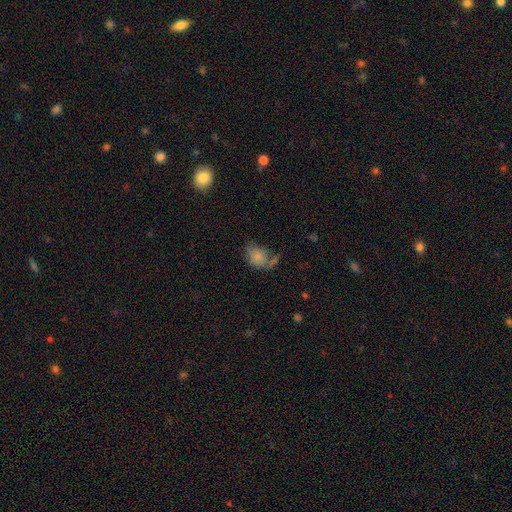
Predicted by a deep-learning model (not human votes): A smooth galaxy with no disk features (62%) that is in between round and cigar-shaped (68%).

Vote fractions:
- Smooth or featured? smooth: 62% / featured or disk: 21% / star or artifact: 17%
- How rounded? in between: 68% / round: 30% / cigar-shaped: 2%
- Merging? none: 41% / minor disturbance: 24% / major disturbance: 22% / merger: 13%